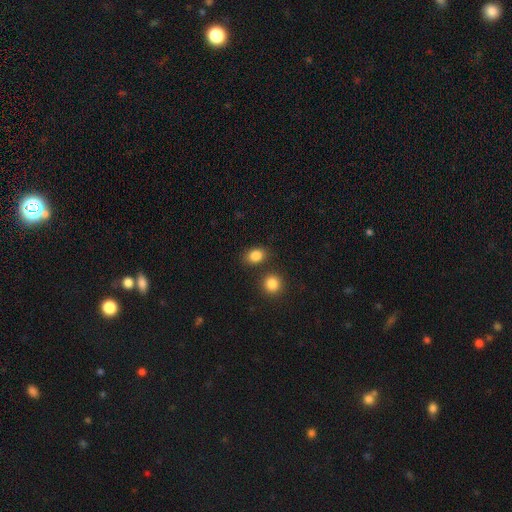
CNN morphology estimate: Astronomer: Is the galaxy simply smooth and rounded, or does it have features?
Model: smooth — 85%.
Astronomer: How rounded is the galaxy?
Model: in between — 64%.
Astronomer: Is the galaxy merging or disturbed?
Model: none — 78%.